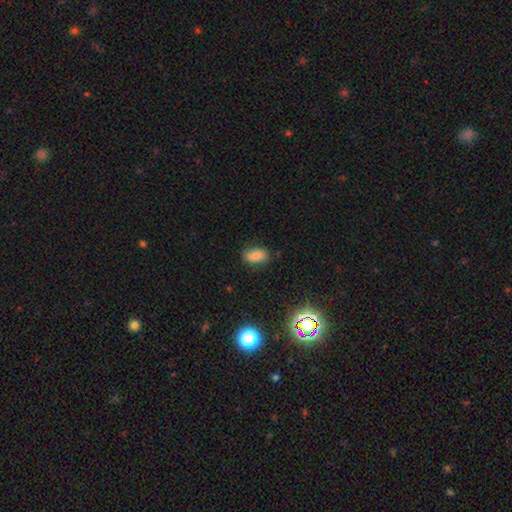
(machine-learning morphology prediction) Smooth or featured: smooth — 78% (star or artifact — 12%)
How rounded: in between — 90% (round — 8%)
Merging: none — 81% (minor disturbance — 14%)